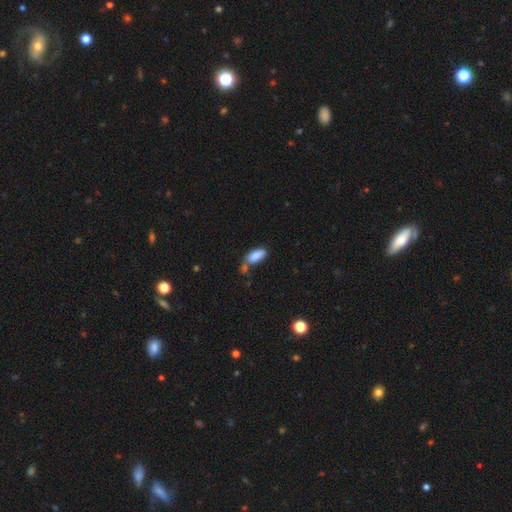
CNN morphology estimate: smooth-or-featured: smooth: 85% | featured or disk: 8% | star or artifact: 7%
  how-rounded: in between: 87% | cigar-shaped: 10% | round: 2%
  merging: none: 46% | merger: 25% | minor disturbance: 22% | major disturbance: 7%